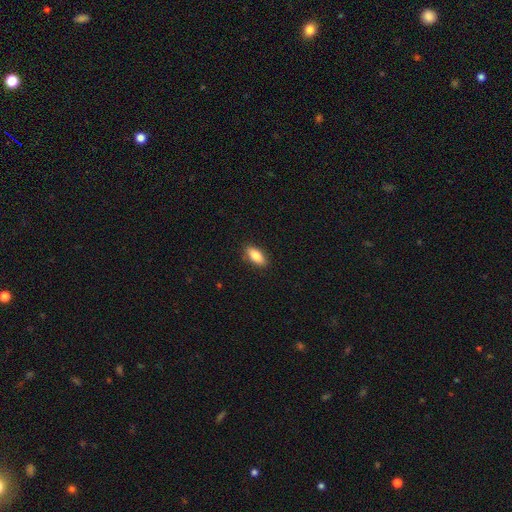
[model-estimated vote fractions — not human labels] smooth-or-featured: smooth: 82% | featured or disk: 11% | star or artifact: 7%
  how-rounded: in between: 83% | cigar-shaped: 14% | round: 3%
  merging: none: 88% | minor disturbance: 9% | major disturbance: 2% | merger: 1%